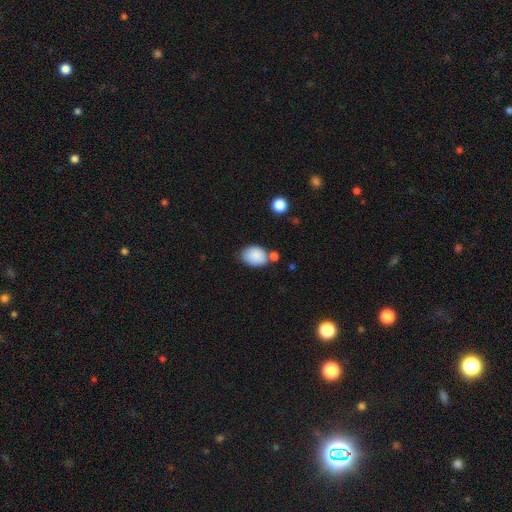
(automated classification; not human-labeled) smooth 87%, star or artifact 8%, featured or disk 6%. Down the decision tree: how rounded — in between (73%); merging — none (56%).